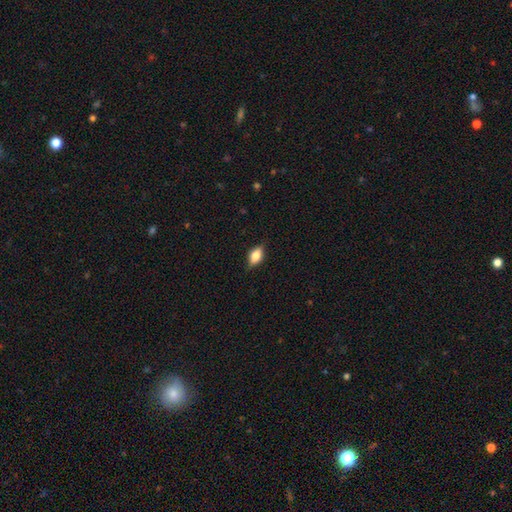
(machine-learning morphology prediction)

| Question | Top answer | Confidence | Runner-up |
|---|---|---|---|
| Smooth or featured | smooth | 73% | featured or disk (19%) |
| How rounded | in between | 83% | round (8%) |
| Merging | none | 81% | minor disturbance (15%) |